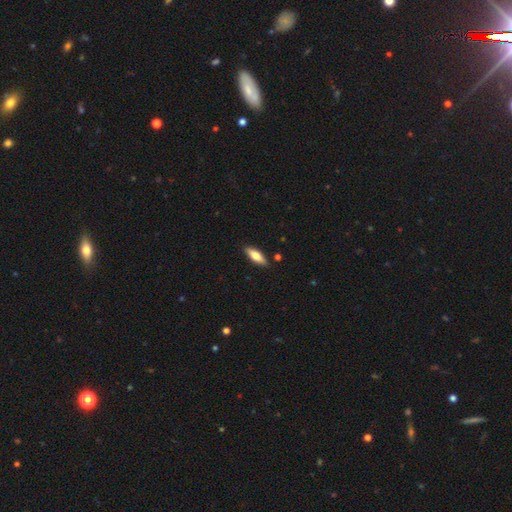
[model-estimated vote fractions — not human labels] Smooth or featured? Predicted: smooth (p=0.69). How rounded? Predicted: in between (p=0.59). Merging? Predicted: none (p=0.88).